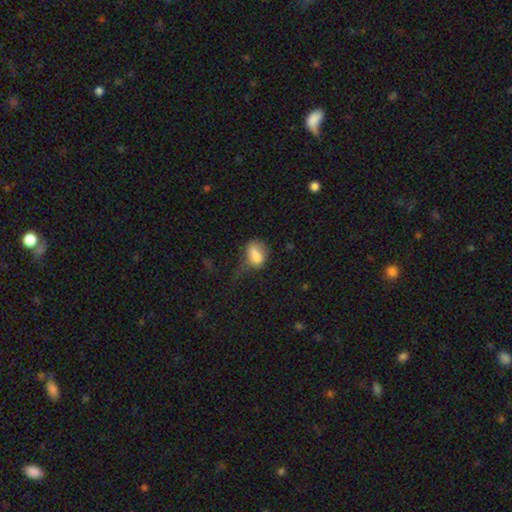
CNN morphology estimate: Smooth or featured? Predicted: smooth (p=0.75). How rounded? Predicted: in between (p=0.73). Merging? Predicted: major disturbance (p=0.36).